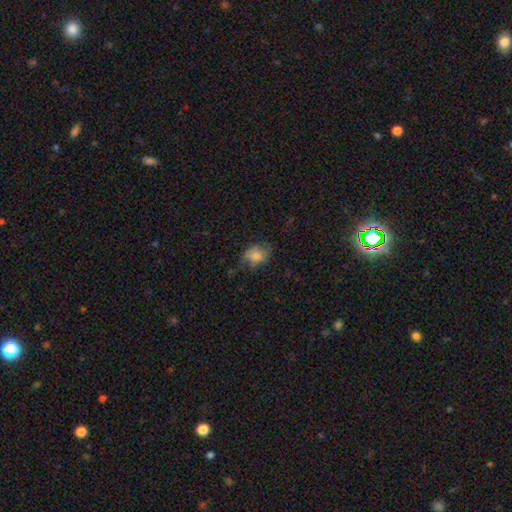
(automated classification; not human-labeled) Smooth or featured? Predicted: smooth (p=0.75). How rounded? Predicted: in between (p=0.68). Merging? Predicted: none (p=0.52).